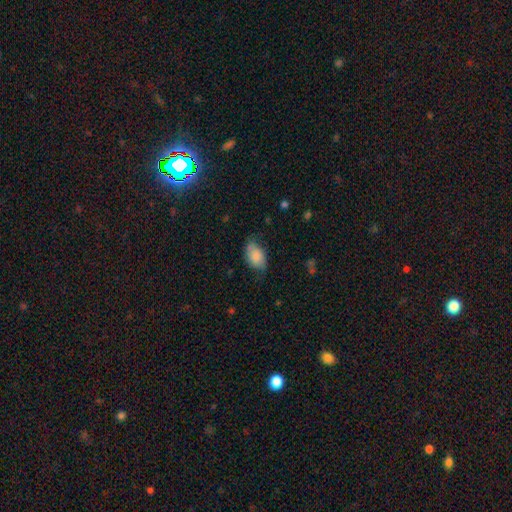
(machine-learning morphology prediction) A smooth galaxy with no disk features (81%) that is in between round and cigar-shaped (89%).

Vote fractions:
- Smooth or featured? smooth: 81% / featured or disk: 12% / star or artifact: 7%
- How rounded? in between: 89% / round: 10% / cigar-shaped: 1%
- Merging? none: 59% / minor disturbance: 31% / major disturbance: 9% / merger: 2%